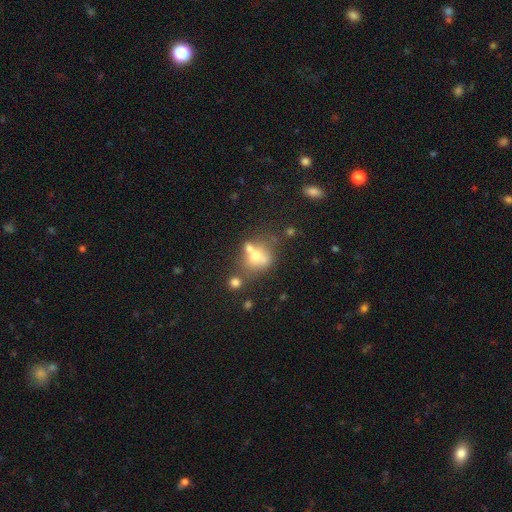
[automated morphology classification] A smooth galaxy with no disk features (59%) that is round (66%). Merging: merger (44%).